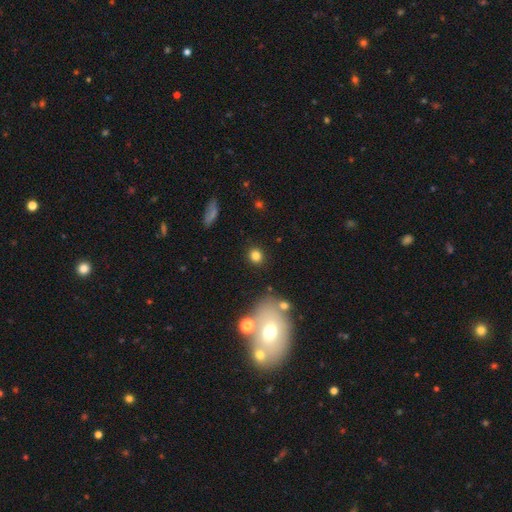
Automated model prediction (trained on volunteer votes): A smooth galaxy with no disk features (81%) that is round (79%).

Vote fractions:
- Smooth or featured? smooth: 81% / star or artifact: 12% / featured or disk: 6%
- How rounded? round: 79% / in between: 20% / cigar-shaped: 1%
- Merging? none: 87% / minor disturbance: 7% / merger: 3% / major disturbance: 3%